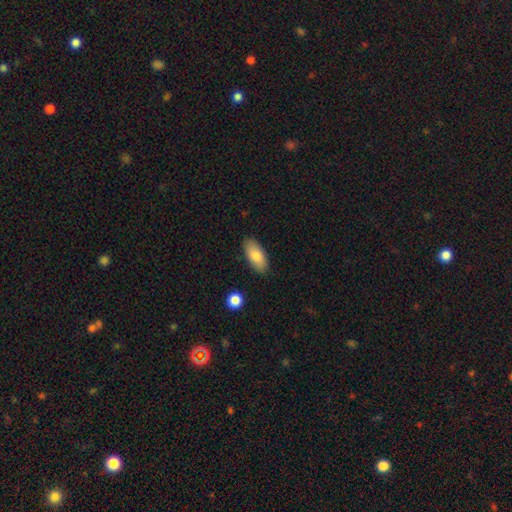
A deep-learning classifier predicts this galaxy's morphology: type=smooth (82%); roundness=in between (90%); merging=none (86%).